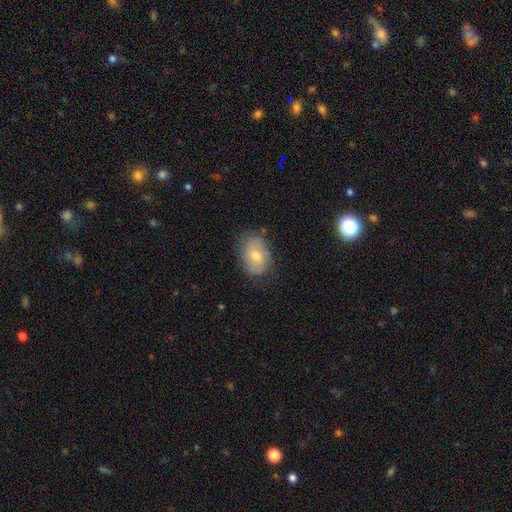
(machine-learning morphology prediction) smooth-or-featured: smooth: 62% | featured or disk: 30% | star or artifact: 7%
  how-rounded: in between: 81% | round: 18% | cigar-shaped: 1%
  merging: none: 70% | minor disturbance: 22% | major disturbance: 6% | merger: 1%